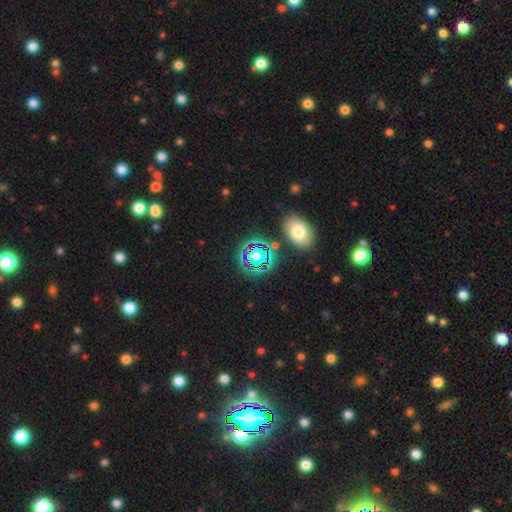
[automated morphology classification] Q: Smooth or featured?
A: star or artifact (51%); runner-up: smooth (36%)